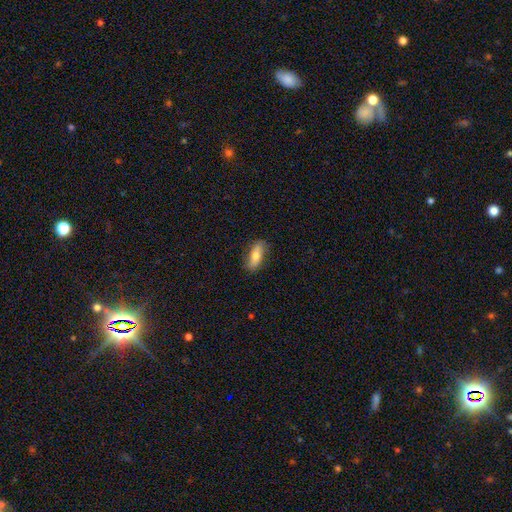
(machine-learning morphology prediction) A smooth galaxy with no disk features (67%) that is in between round and cigar-shaped (74%). Merging: none (80%).